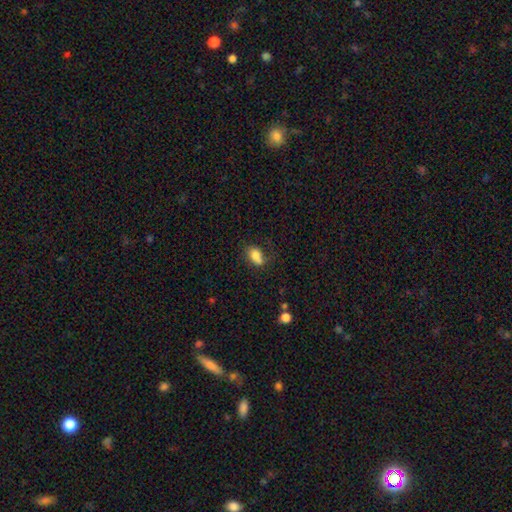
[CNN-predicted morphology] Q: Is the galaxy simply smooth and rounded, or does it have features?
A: smooth — 78%.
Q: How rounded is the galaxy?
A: in between — 77%.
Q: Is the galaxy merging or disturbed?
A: none — 48%.